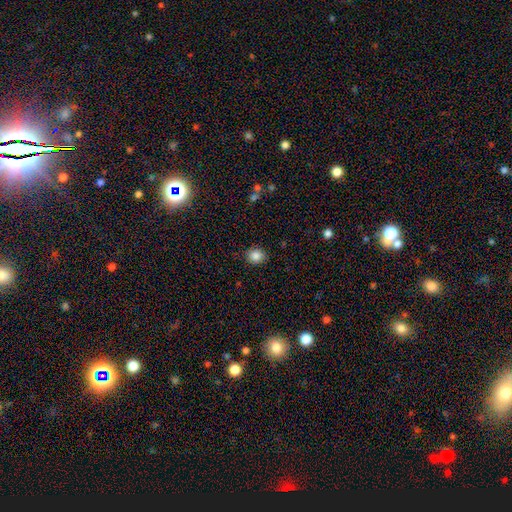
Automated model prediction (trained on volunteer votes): A smooth galaxy with no disk features (85%) that is round (81%). Merging: none (89%).